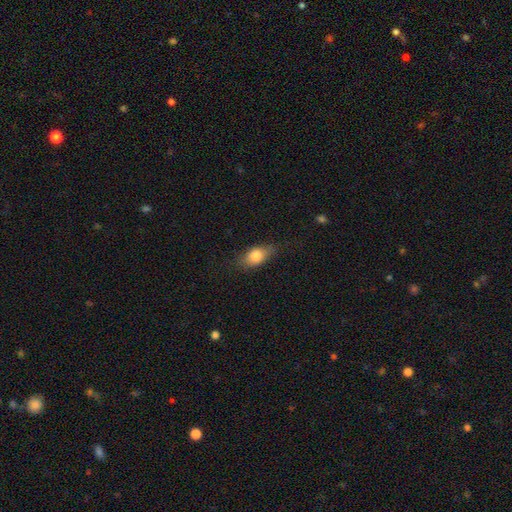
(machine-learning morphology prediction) A smooth galaxy with no disk features (78%) that is in between round and cigar-shaped (79%). Merging: none (70%).